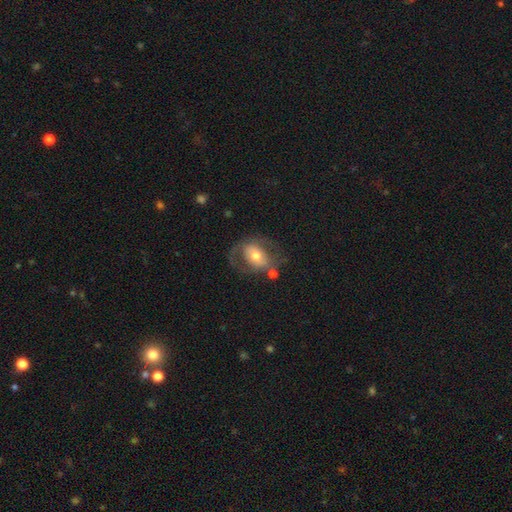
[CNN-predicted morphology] This is possibly a featured or disk galaxy (52%). It is clearly not viewed edge-on (94%). Merging: possibly none (51%).